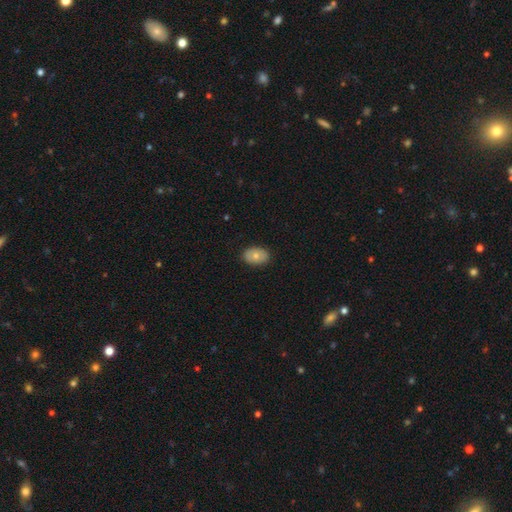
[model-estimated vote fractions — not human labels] smooth-or-featured: smooth: 74% | featured or disk: 19% | star or artifact: 7%
  how-rounded: in between: 87% | round: 12% | cigar-shaped: 1%
  merging: none: 87% | minor disturbance: 10% | major disturbance: 2% | merger: 1%